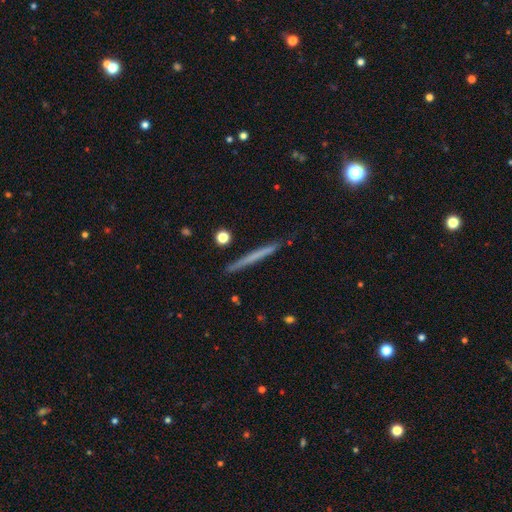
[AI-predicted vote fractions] Smooth or featured?
  - smooth: 54% *
  - featured or disk: 40%
  - star or artifact: 6%
How rounded?
  - cigar-shaped: 97% *
  - in between: 2%
  - round: 2%
Merging?
  - none: 88% *
  - minor disturbance: 9%
  - major disturbance: 2%
  - merger: 2%